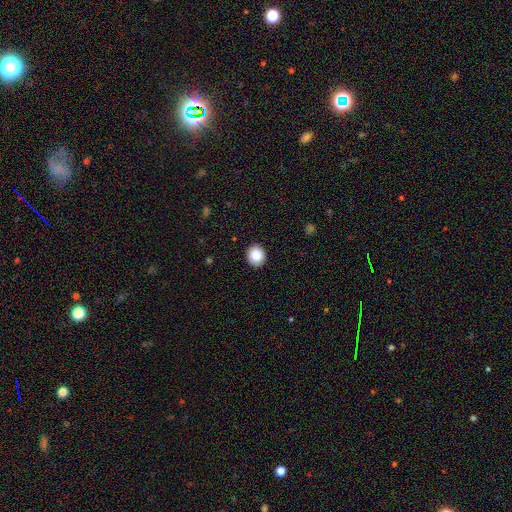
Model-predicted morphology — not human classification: Overall: smooth (87%). How rounded: round (84%). Merging: none (91%).